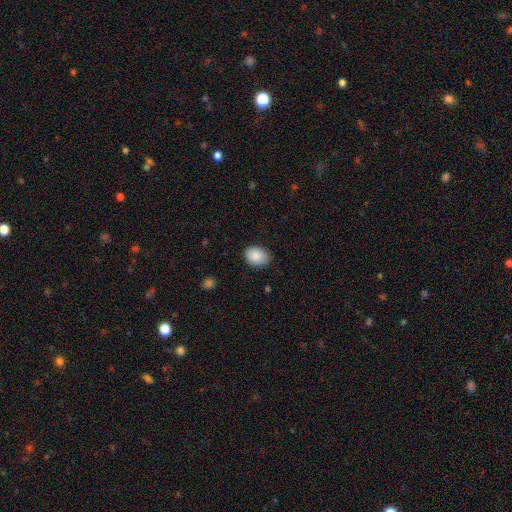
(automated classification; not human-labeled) A smooth galaxy with no disk features (89%) that is in between round and cigar-shaped (72%). Merging: none (83%).